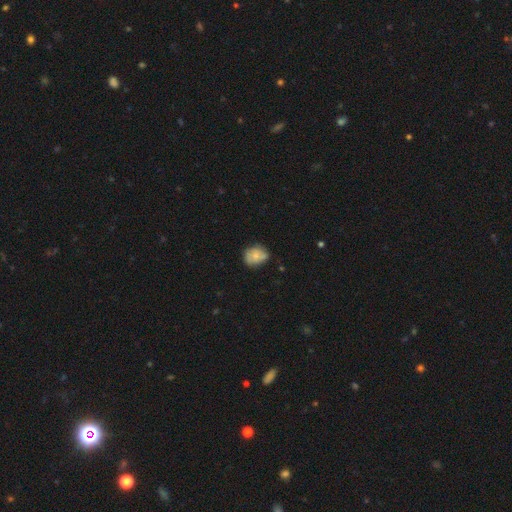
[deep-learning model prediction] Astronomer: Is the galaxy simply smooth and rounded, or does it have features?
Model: smooth — 70%.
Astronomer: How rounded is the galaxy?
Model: round — 57% (runner-up: in between, 42%).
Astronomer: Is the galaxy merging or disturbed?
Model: none — 62%.